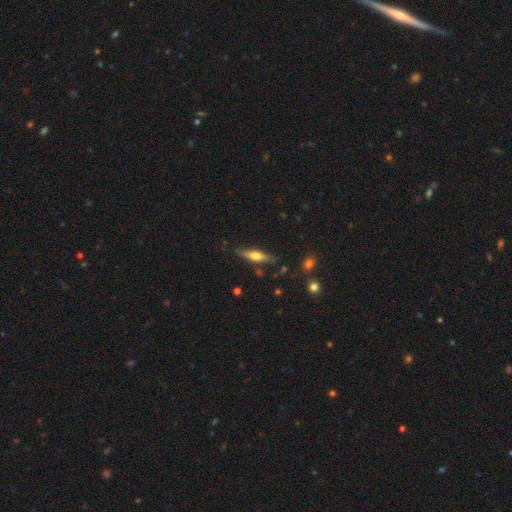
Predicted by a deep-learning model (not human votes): The model was most divided on "smooth or featured": featured or disk: 50%, smooth: 43%, star or artifact: 6%. More confident: edge-on disk — yes (92%); merging — none (81%).